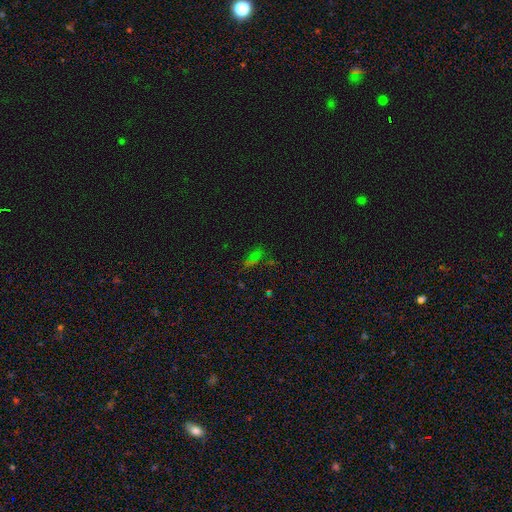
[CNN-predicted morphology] The model was most divided on "smooth or featured": star or artifact: 51%, smooth: 38%, featured or disk: 11%.